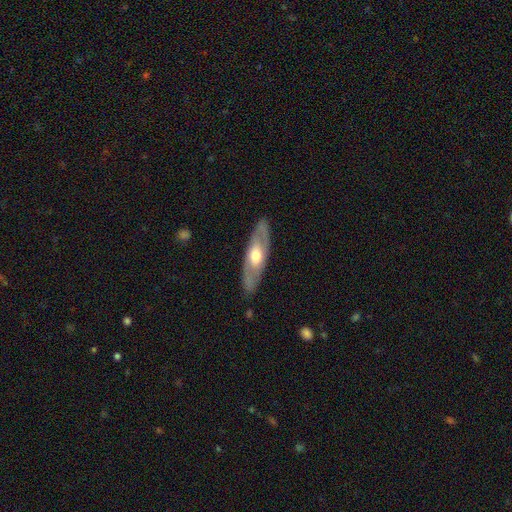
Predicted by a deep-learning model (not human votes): This is possibly a featured or disk galaxy (59%). It is likely not viewed edge-on (63%). Merging: clearly none (86%).